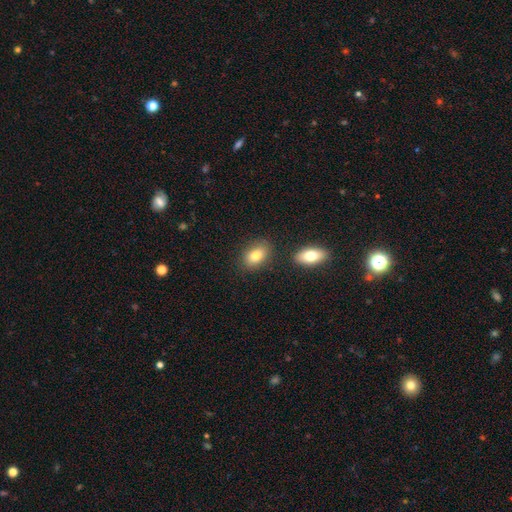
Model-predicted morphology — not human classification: Smooth or featured? smooth (80%)
How rounded? in between (82%)
Merging? none (77%)